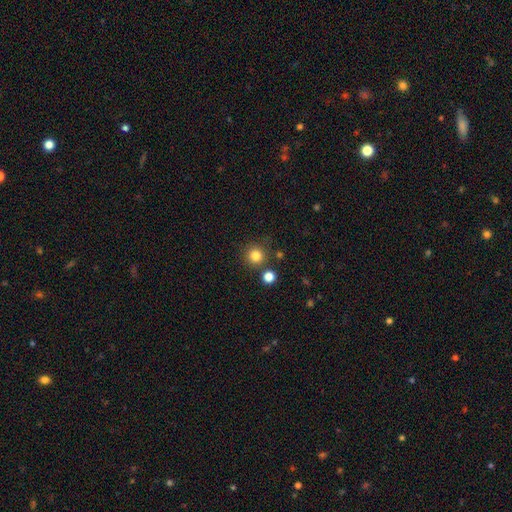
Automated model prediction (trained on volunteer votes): smooth-or-featured: smooth: 82% | star or artifact: 13% | featured or disk: 5%
  how-rounded: round: 95% | in between: 4% | cigar-shaped: 1%
  merging: none: 81% | minor disturbance: 8% | merger: 8% | major disturbance: 3%